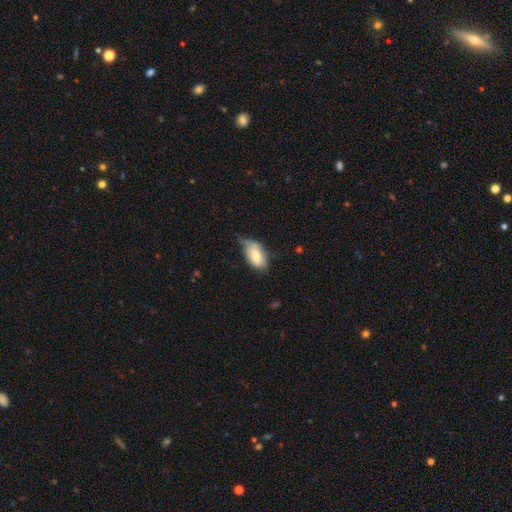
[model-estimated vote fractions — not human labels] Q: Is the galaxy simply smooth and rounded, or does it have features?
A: smooth — 73%.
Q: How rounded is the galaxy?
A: in between — 93%.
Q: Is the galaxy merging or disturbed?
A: minor disturbance — 48%.